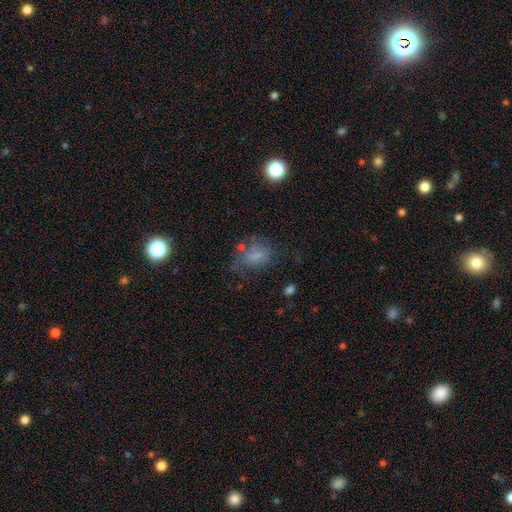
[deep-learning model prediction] smooth-or-featured: smooth: 58% | featured or disk: 26% | star or artifact: 16%
  how-rounded: in between: 70% | round: 27% | cigar-shaped: 3%
  merging: none: 45% | minor disturbance: 25% | major disturbance: 23% | merger: 7%